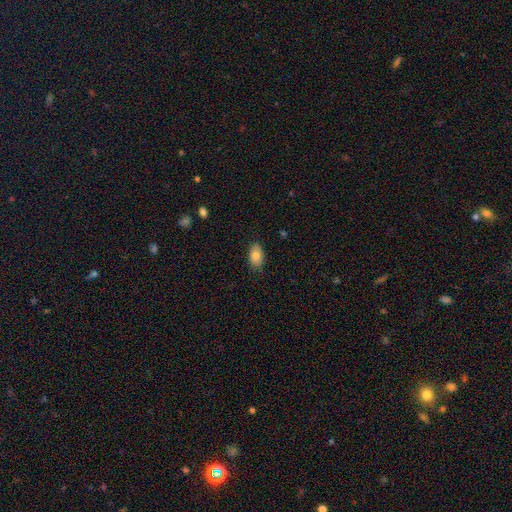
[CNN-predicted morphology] The model was most divided on "merging": none: 83%, minor disturbance: 14%, major disturbance: 2%, merger: 1%. More confident: how rounded — in between (92%); smooth or featured — smooth (82%).